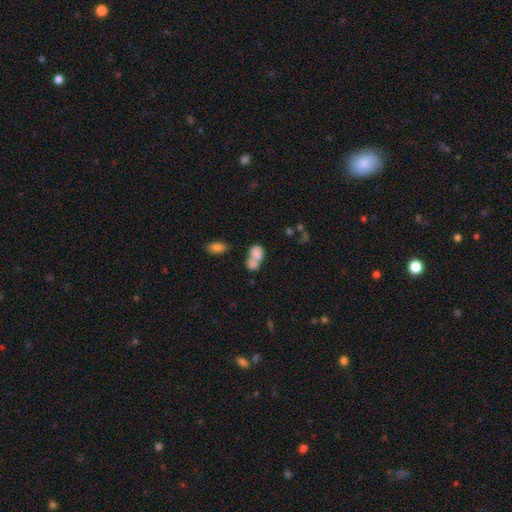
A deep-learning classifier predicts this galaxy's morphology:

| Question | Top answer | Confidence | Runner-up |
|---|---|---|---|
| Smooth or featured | smooth | 76% | featured or disk (14%) |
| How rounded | in between | 78% | round (19%) |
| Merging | merger | 65% | none (20%) |